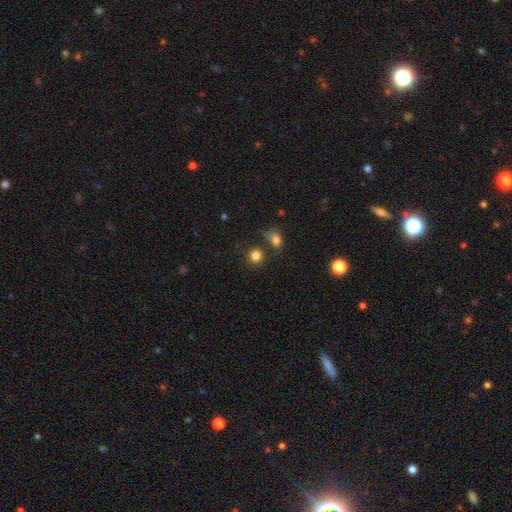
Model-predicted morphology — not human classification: A smooth galaxy with no disk features (83%) that is round (88%).

Vote fractions:
- Smooth or featured? smooth: 83% / star or artifact: 12% / featured or disk: 6%
- How rounded? round: 88% / in between: 11% / cigar-shaped: 1%
- Merging? none: 71% / merger: 15% / minor disturbance: 10% / major disturbance: 4%